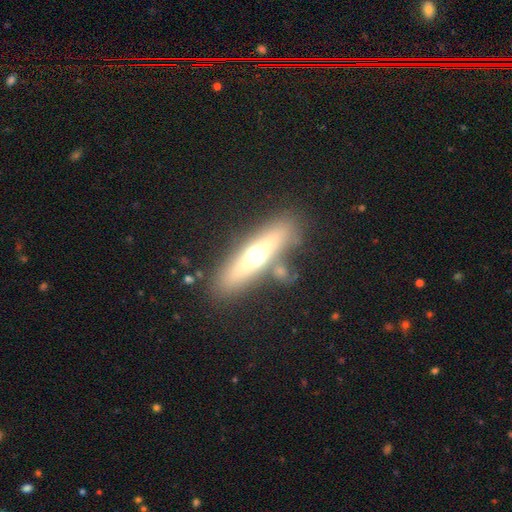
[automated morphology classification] A featured or disk galaxy (51%) viewed edge-on (81%). Merging: none (78%).